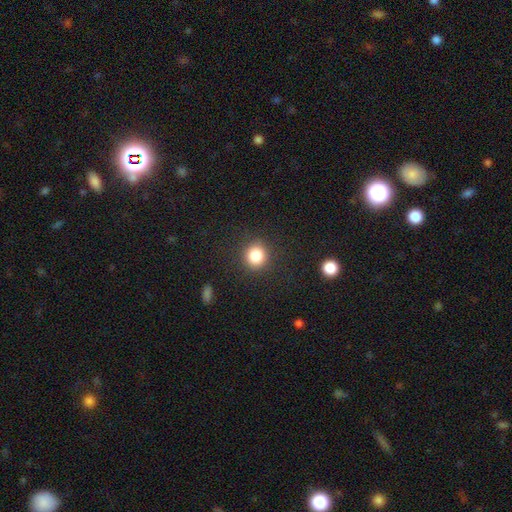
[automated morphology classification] smooth-or-featured: smooth: 83% | star or artifact: 11% | featured or disk: 5%
  how-rounded: round: 88% | in between: 11% | cigar-shaped: 1%
  merging: none: 89% | minor disturbance: 7% | major disturbance: 3% | merger: 1%